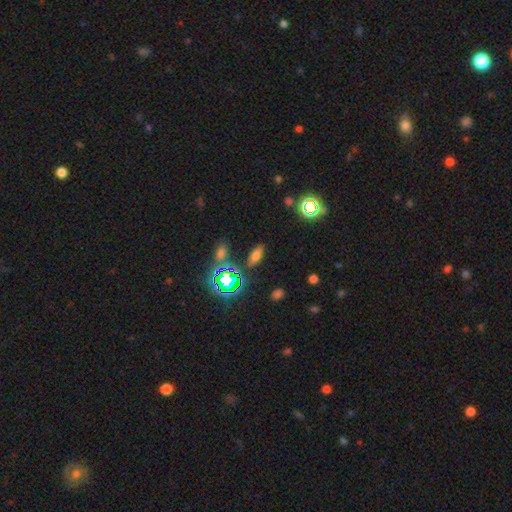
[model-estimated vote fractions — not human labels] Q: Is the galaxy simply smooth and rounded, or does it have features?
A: smooth — 57%.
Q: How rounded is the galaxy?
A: in between — 70%.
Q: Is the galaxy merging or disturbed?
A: none — 82%.